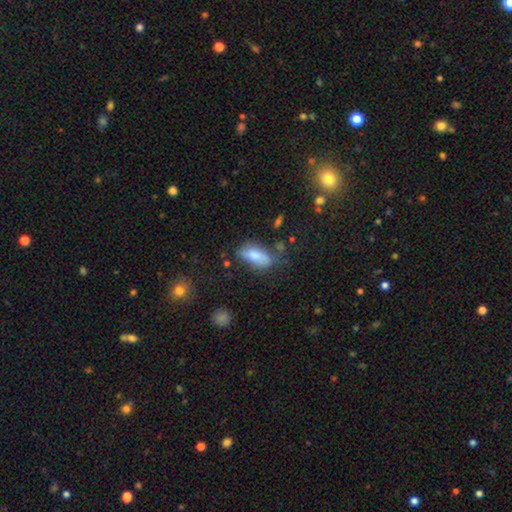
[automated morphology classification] Q: Smooth or featured?
A: smooth (76%); runner-up: featured or disk (16%)
Q: How rounded?
A: in between (81%); runner-up: cigar-shaped (15%)
Q: Merging?
A: none (57%); runner-up: minor disturbance (28%)